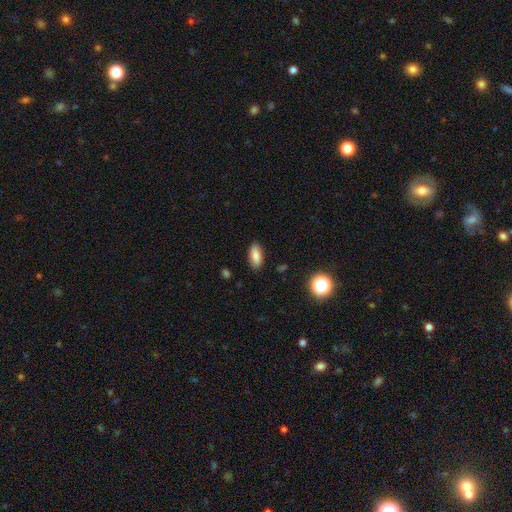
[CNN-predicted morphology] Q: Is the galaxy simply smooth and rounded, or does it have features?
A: smooth — 83%.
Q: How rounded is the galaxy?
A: in between — 80%.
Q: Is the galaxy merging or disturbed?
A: none — 86%.